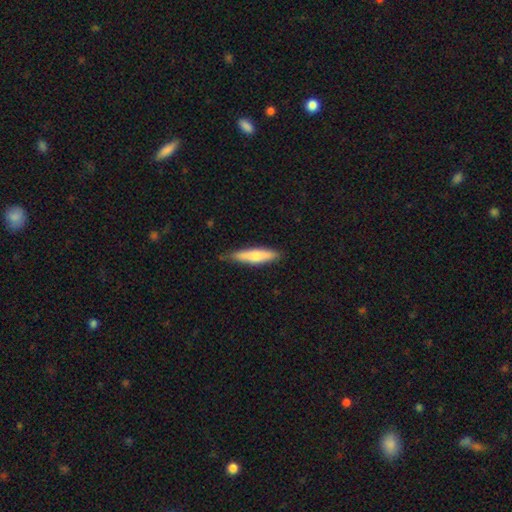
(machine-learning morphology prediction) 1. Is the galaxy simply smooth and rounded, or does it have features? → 66% smooth, 28% featured or disk, 5% star or artifact.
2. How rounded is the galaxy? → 82% cigar-shaped, 17% in between, 2% round.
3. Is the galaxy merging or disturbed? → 81% none, 15% minor disturbance, 2% major disturbance, 1% merger.